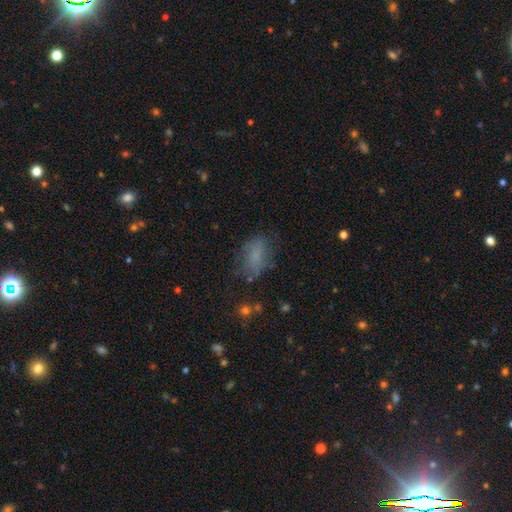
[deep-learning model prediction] Smooth or featured: smooth — 70% (featured or disk — 17%)
How rounded: in between — 85% (round — 11%)
Merging: none — 64% (minor disturbance — 22%)